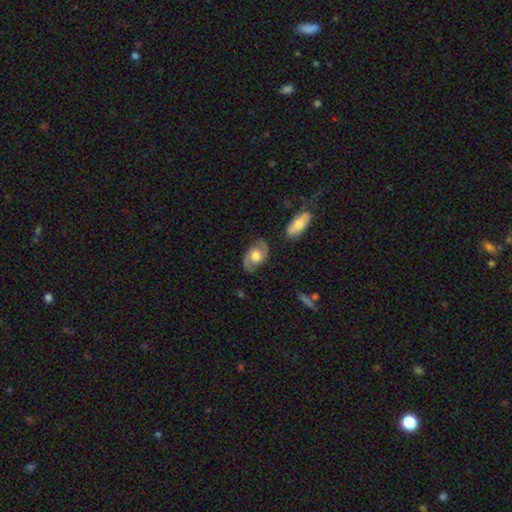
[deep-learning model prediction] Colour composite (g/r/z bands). It shows a featured or disk galaxy (69%) with no bar (69%), 2 (90%) medium (50%) spiral arms (87%) and a moderate central bulge (58%). Merging: none (79%).